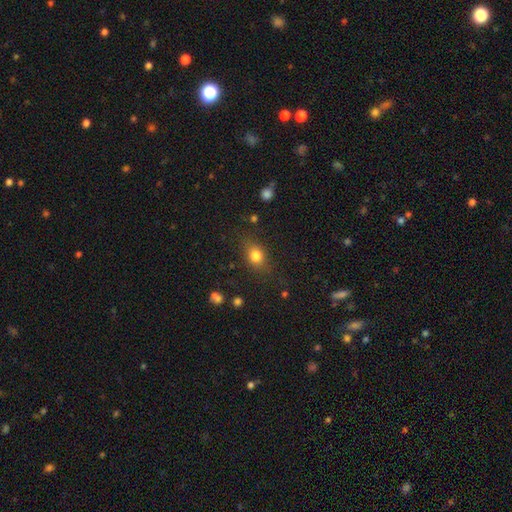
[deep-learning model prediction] A smooth galaxy with no disk features (80%) that is in between round and cigar-shaped (56%). Merging: none (78%).